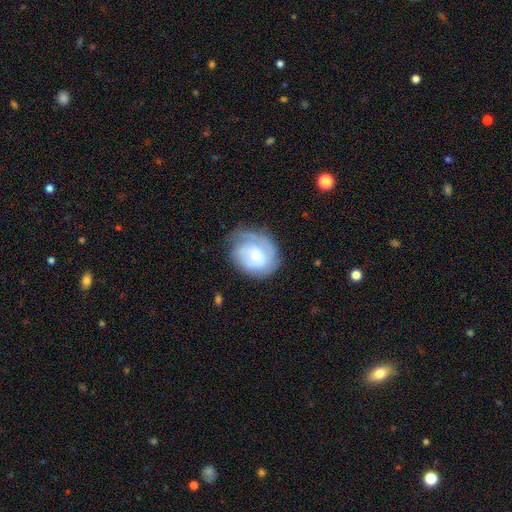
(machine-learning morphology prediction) type=featured or disk (58%); edge-on=no (97%); bar=no (71%); spiral arms=yes (77%); bulge=small (60%); merging=none (55%).